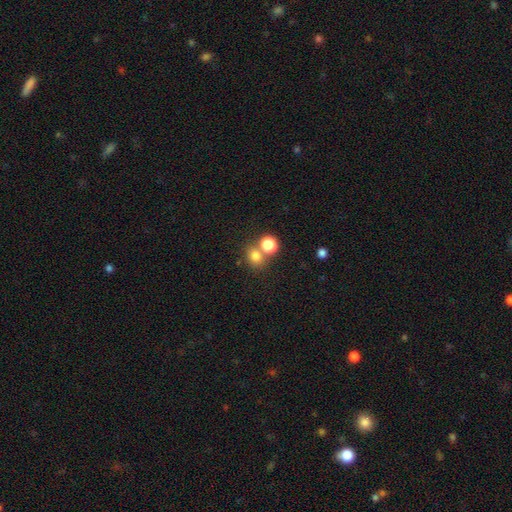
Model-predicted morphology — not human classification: The model was most divided on "merging": none: 55%, merger: 33%, minor disturbance: 8%, major disturbance: 3%. More confident: smooth or featured — smooth (77%); how rounded — round (73%).